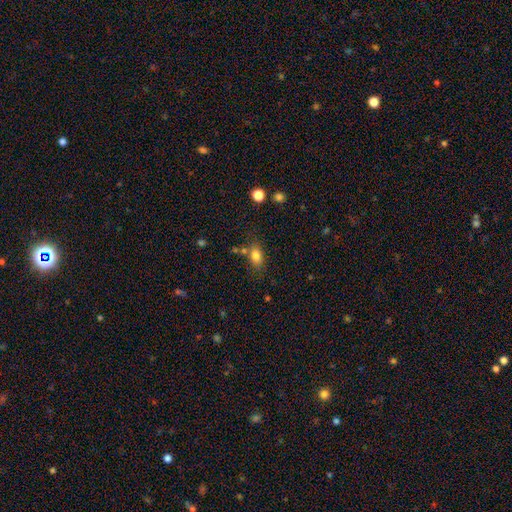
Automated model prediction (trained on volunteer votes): This is clearly a smooth galaxy (81%). How rounded: clearly in between (81%). Merging: likely none (70%).